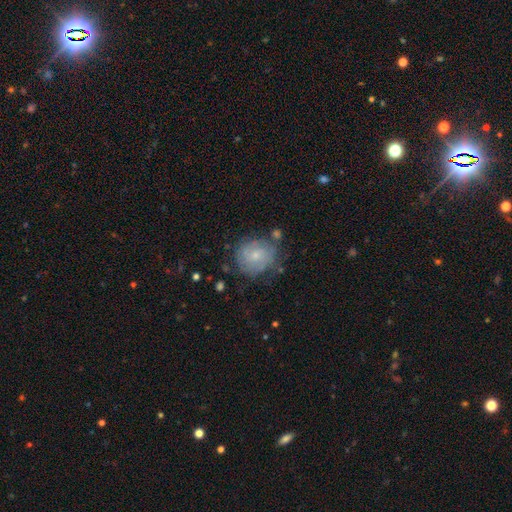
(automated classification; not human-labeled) A featured or disk galaxy (46%). Merging: none (66%).